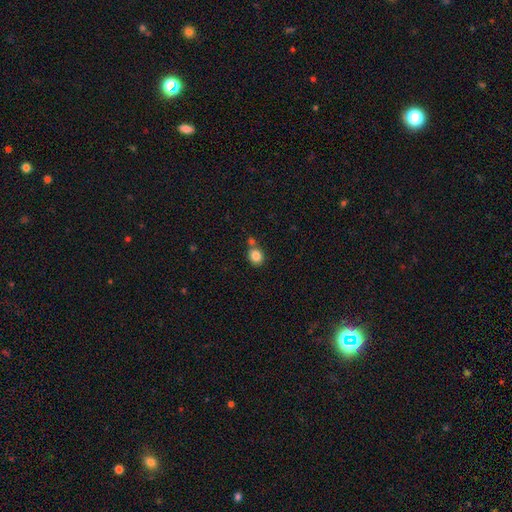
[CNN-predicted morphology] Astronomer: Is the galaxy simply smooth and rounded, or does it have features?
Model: smooth — 85%.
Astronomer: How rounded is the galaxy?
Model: round — 70%.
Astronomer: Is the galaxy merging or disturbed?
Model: none — 63%.